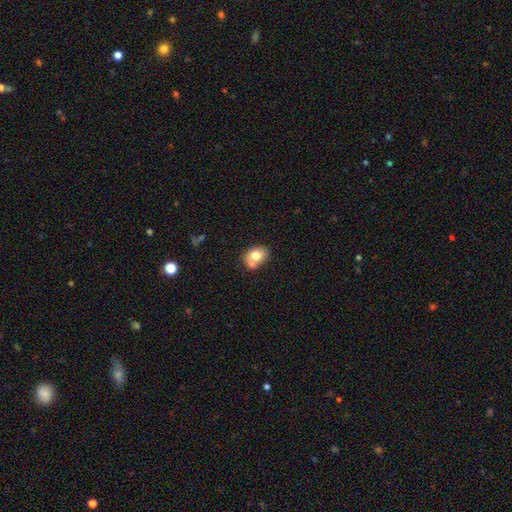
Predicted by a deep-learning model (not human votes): The model was most divided on "how rounded": in between: 62%, round: 37%, cigar-shaped: 1%. More confident: smooth or featured — smooth (72%); merging — none (56%).